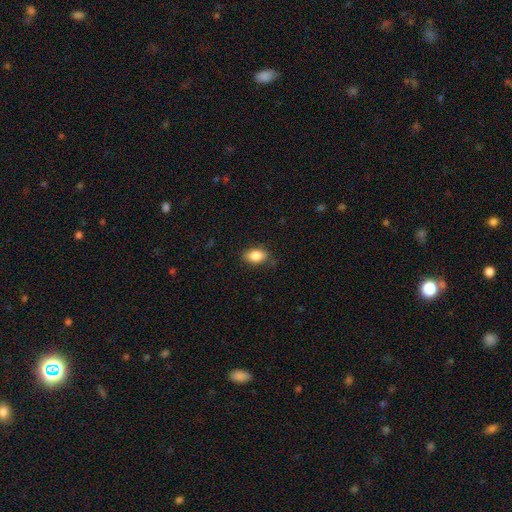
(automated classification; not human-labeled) Morphology: type=smooth (86%); roundness=in between (88%); merging=none (82%).